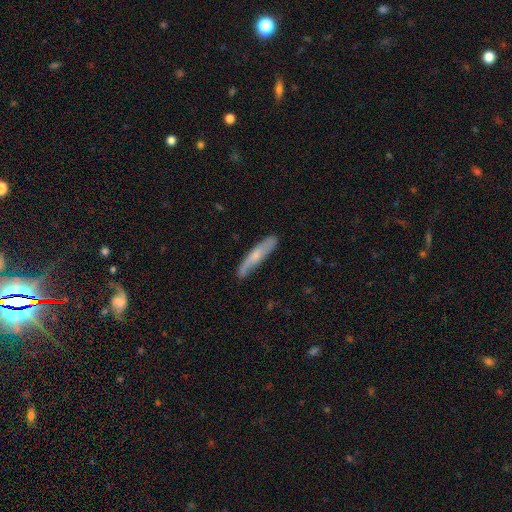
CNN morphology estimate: Q: Smooth or featured?
A: smooth (57%); runner-up: featured or disk (37%)
Q: How rounded?
A: cigar-shaped (90%); runner-up: in between (9%)
Q: Merging?
A: none (78%); runner-up: minor disturbance (17%)